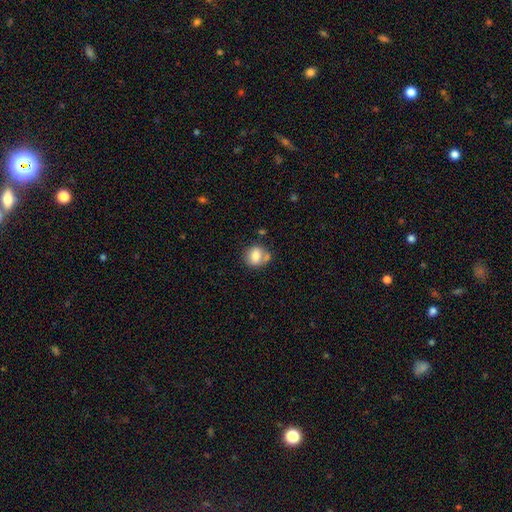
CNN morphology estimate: type=smooth (77%); roundness=round (64%); merging=none (53%).